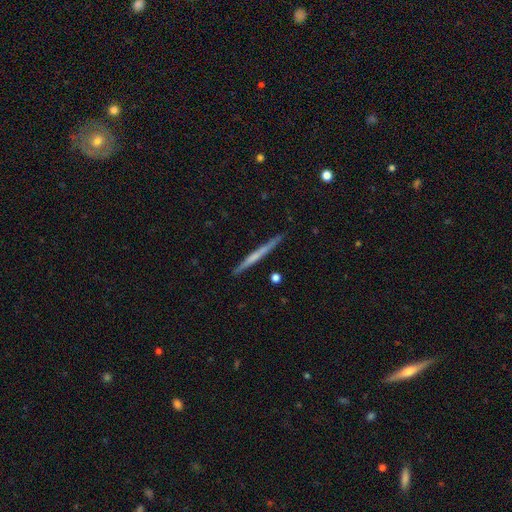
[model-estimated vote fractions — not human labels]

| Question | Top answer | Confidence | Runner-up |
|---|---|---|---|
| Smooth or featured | featured or disk | 52% | smooth (43%) |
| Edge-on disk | yes | 98% | no (2%) |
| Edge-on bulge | none | 78% | rounded (15%) |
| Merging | none | 90% | minor disturbance (7%) |